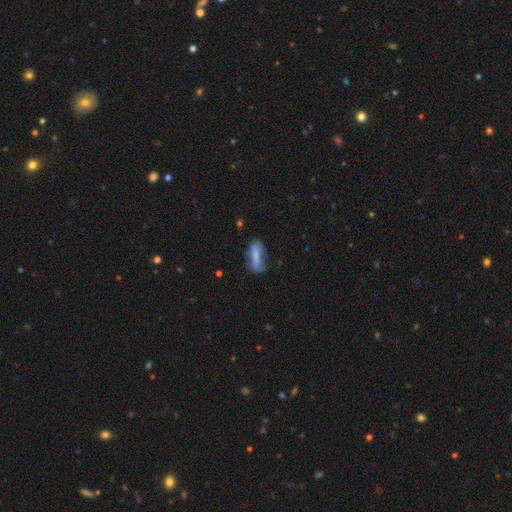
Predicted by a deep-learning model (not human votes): A smooth galaxy with no disk features (69%) that is in between round and cigar-shaped (59%). Merging: none (45%).